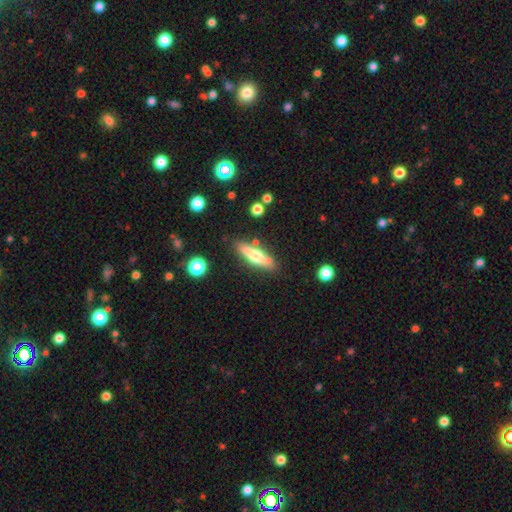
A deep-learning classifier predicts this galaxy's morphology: A smooth galaxy with no disk features (52%) that is cigar-shaped (68%).

Vote fractions:
- Smooth or featured? smooth: 52% / featured or disk: 42% / star or artifact: 6%
- How rounded? cigar-shaped: 68% / in between: 30% / round: 2%
- Merging? none: 80% / minor disturbance: 12% / merger: 5% / major disturbance: 3%